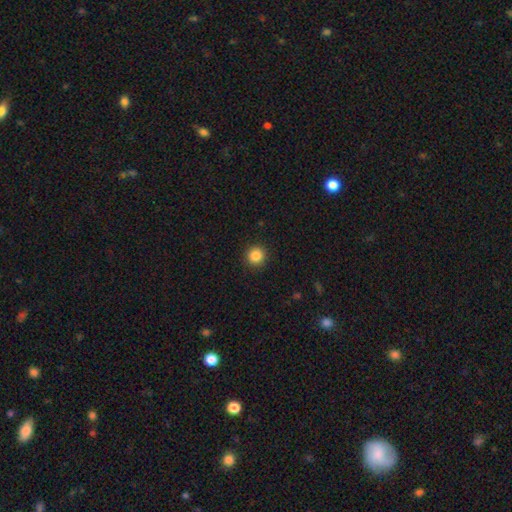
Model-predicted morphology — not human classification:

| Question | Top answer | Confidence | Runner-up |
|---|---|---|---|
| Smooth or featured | smooth | 86% | star or artifact (10%) |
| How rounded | round | 95% | in between (4%) |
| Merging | none | 92% | minor disturbance (5%) |